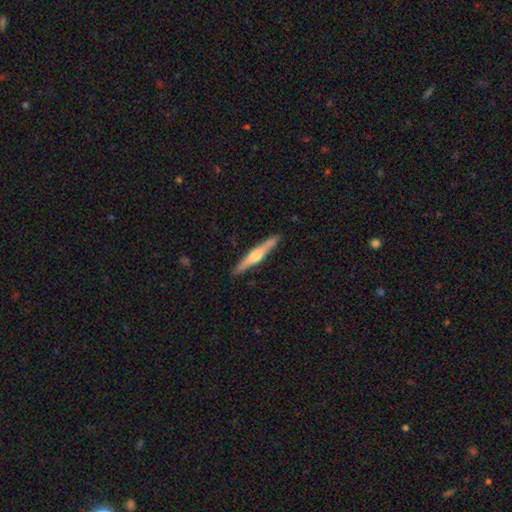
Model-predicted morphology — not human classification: smooth-or-featured: featured or disk: 66% | smooth: 28% | star or artifact: 5%
  disk-edge-on: yes: 98% | no: 2%
    edge-on-bulge: rounded: 87% | boxy: 8% | none: 5%
  merging: none: 90% | minor disturbance: 8% | major disturbance: 1% | merger: 1%